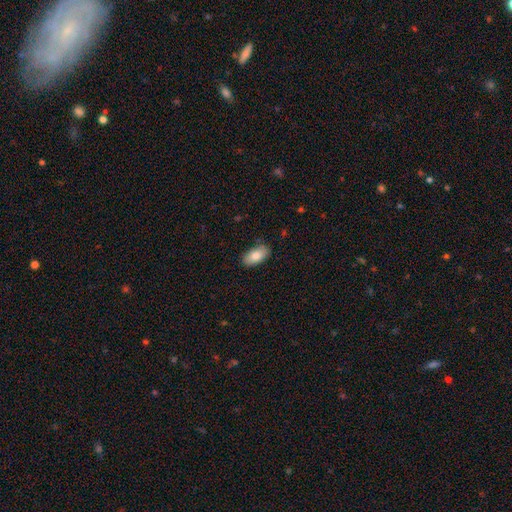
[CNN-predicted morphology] smooth_or_featured: smooth (p=0.83) [alt: featured or disk p=0.11]
how_rounded: in between (p=0.93) [alt: cigar-shaped p=0.04]
merging: none (p=0.85) [alt: minor disturbance p=0.12]